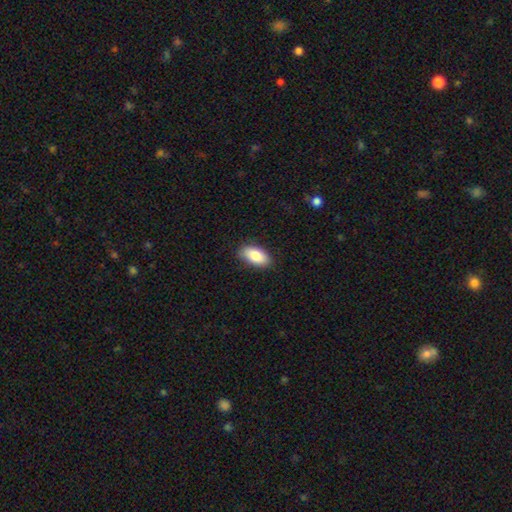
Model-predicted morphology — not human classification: Smooth or featured? smooth (85%)
How rounded? in between (94%)
Merging? none (85%)